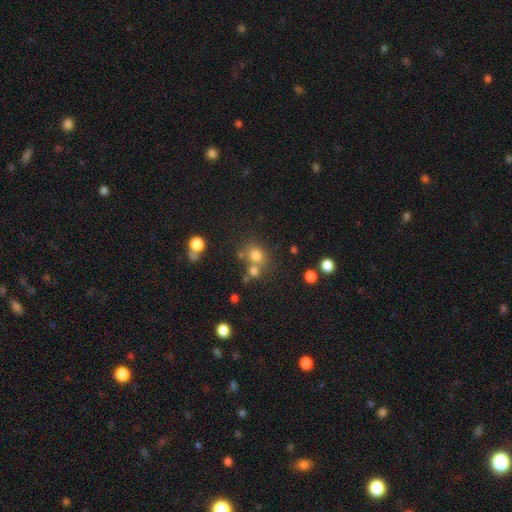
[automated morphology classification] Q: Smooth or featured?
A: smooth (74%); runner-up: star or artifact (17%)
Q: How rounded?
A: round (82%); runner-up: in between (17%)
Q: Merging?
A: none (58%); runner-up: merger (27%)